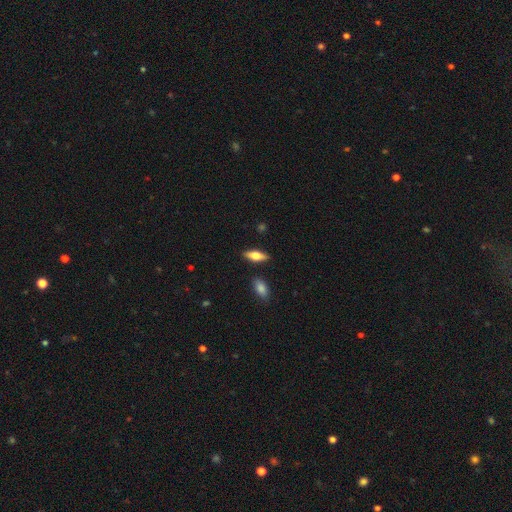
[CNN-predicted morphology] Q: Smooth or featured?
A: smooth (59%); runner-up: featured or disk (35%)
Q: How rounded?
A: in between (66%); runner-up: cigar-shaped (31%)
Q: Merging?
A: none (85%); runner-up: minor disturbance (9%)